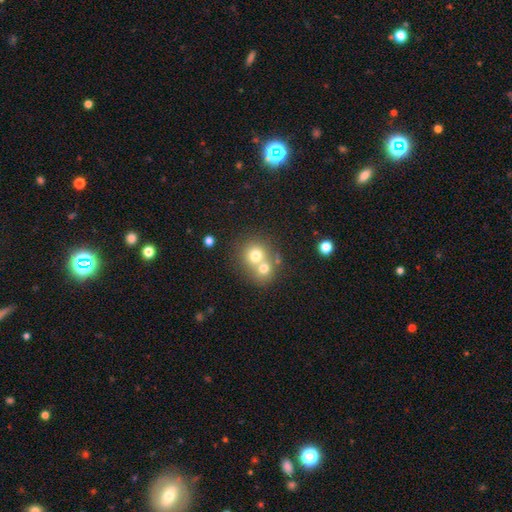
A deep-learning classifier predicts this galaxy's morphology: smooth_or_featured: smooth (p=0.70) [alt: featured or disk p=0.18]
how_rounded: round (p=0.81) [alt: in between p=0.18]
merging: merger (p=0.59) [alt: none p=0.33]